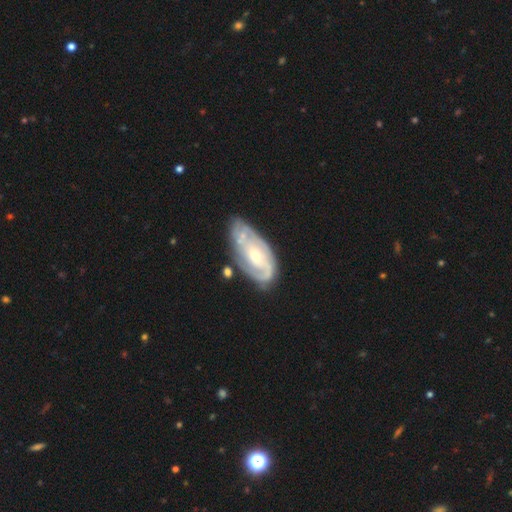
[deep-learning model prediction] smooth-or-featured: featured or disk: 81% | smooth: 14% | star or artifact: 5%
  disk-edge-on: no: 94% | yes: 6%
    bar: no: 61% | weak: 31% | strong: 8%
    has-spiral-arms: yes: 91% | no: 9%
      spiral-winding: tight: 59% | medium: 32% | loose: 9%
      spiral-arm-count: 2: 40% | can't tell: 33% | 3: 13% | 1: 7% | 4: 4% | more than 4: 3%
    bulge-size: small: 50% | moderate: 46% | large: 2% | none: 1% | dominant: 1%
  merging: none: 60% | minor disturbance: 24% | major disturbance: 9% | merger: 7%